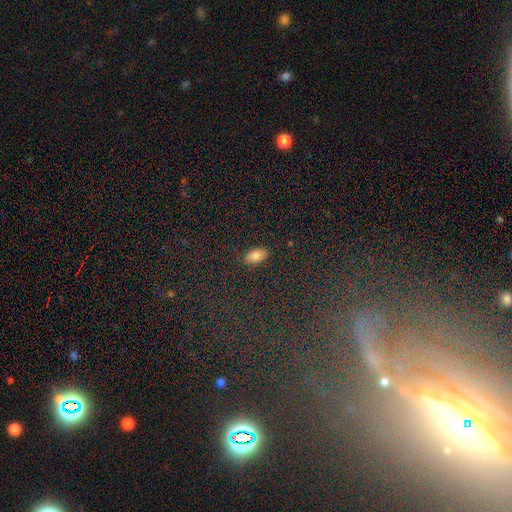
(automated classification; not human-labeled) A smooth galaxy with no disk features (80%) that is in between round and cigar-shaped (93%).

Vote fractions:
- Smooth or featured? smooth: 80% / star or artifact: 12% / featured or disk: 8%
- How rounded? in between: 93% / round: 5% / cigar-shaped: 2%
- Merging? none: 88% / minor disturbance: 9% / major disturbance: 2% / merger: 1%